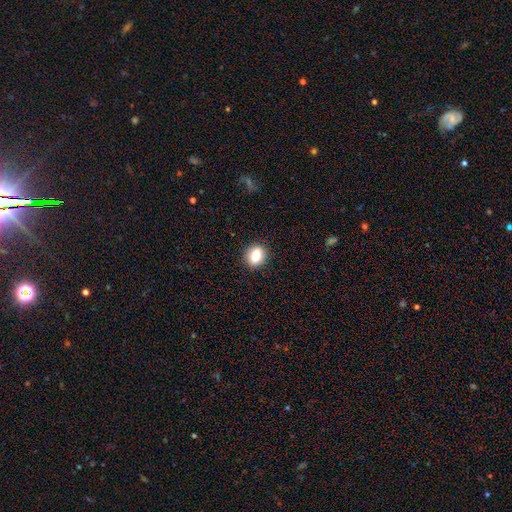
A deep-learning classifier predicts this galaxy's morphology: Smooth or featured? Predicted: smooth (p=0.78). How rounded? Predicted: round (p=0.52). Merging? Predicted: none (p=0.90).